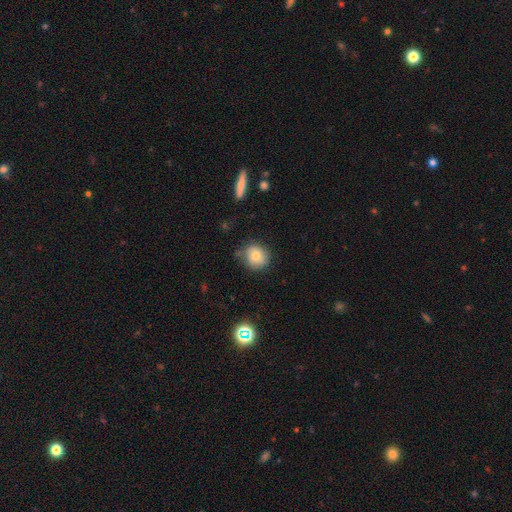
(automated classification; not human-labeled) A smooth galaxy with no disk features (74%) that is round (82%). Merging: none (71%).